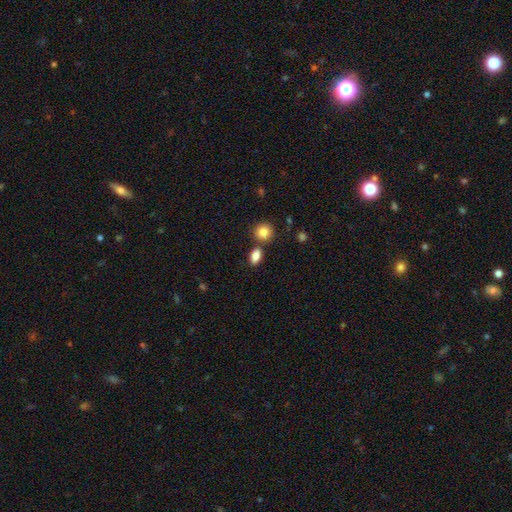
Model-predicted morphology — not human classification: Smooth or featured? smooth (84%)
How rounded? in between (76%)
Merging? none (72%)